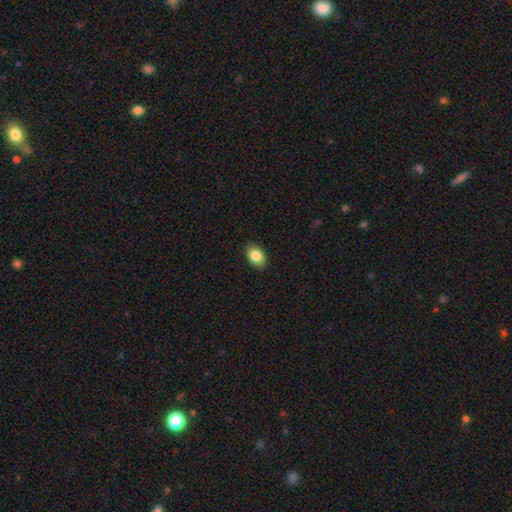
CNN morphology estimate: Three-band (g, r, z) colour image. It shows a smooth galaxy with no disk features (85%) that is in between round and cigar-shaped (77%). Merging: none (88%).